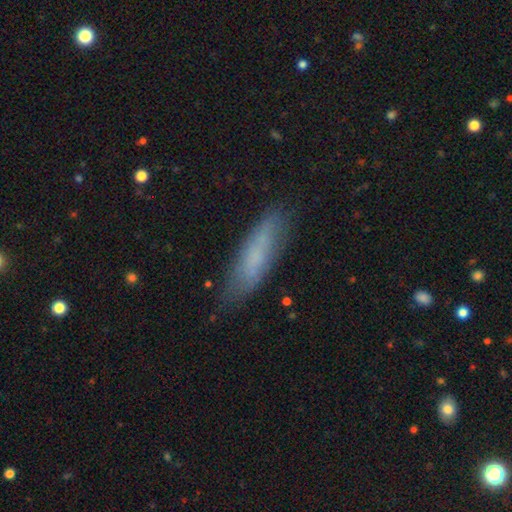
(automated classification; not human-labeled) smooth 69%, featured or disk 23%, star or artifact 8%. Down the decision tree: how rounded — cigar-shaped (69%); merging — none (77%).